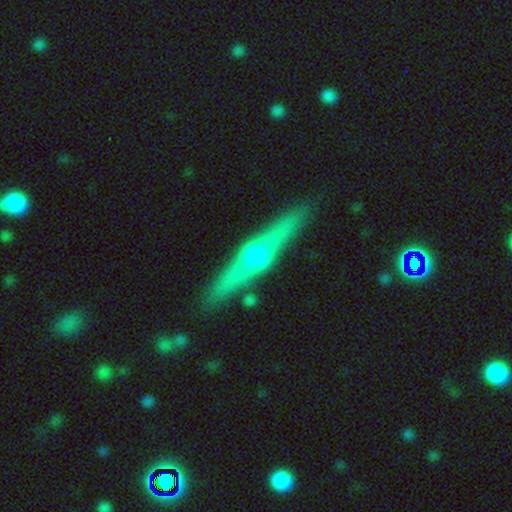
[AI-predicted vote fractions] Smooth or featured: featured or disk — 75% (smooth — 20%)
Edge-on disk: yes — 97% (no — 3%)
Edge-on bulge: rounded — 94% (boxy — 4%)
Merging: none — 87% (minor disturbance — 8%)